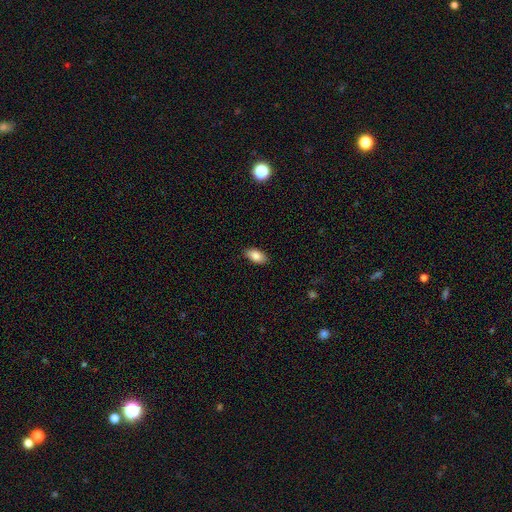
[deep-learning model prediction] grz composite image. It shows a smooth galaxy with no disk features (86%) that is in between round and cigar-shaped (93%). Merging: none (88%).